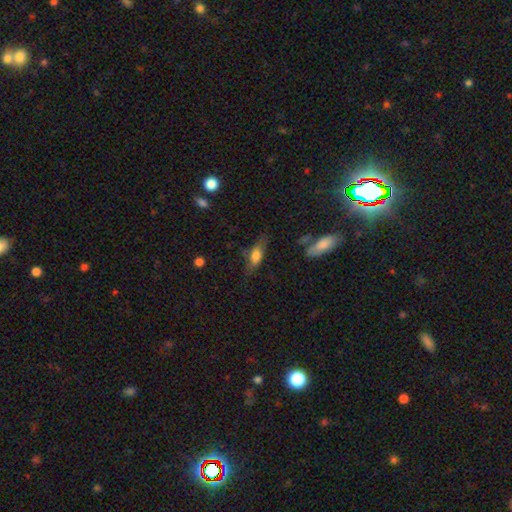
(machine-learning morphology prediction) Smooth or featured? smooth (65%)
How rounded? in between (67%)
Merging? none (62%)